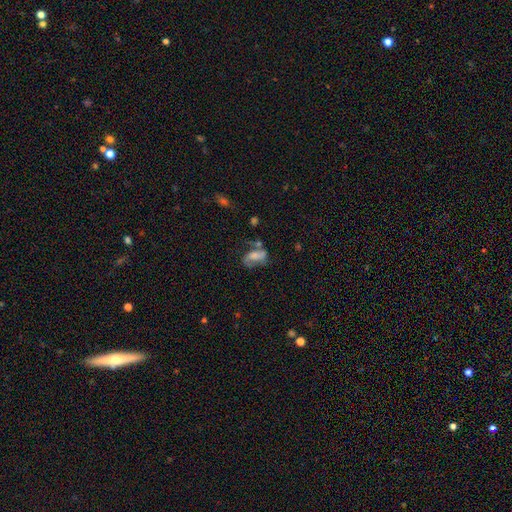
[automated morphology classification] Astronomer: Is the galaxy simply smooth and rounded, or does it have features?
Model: featured or disk — 56% (runner-up: smooth, 34%).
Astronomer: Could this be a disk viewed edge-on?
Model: no — 95%.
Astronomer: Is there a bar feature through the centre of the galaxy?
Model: no — 41% (runner-up: weak, 34%).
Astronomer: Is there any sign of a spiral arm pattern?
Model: yes — 82%.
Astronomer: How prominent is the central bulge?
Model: none — 29% (runner-up: moderate, 26%).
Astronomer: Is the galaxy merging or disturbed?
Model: none — 43% (runner-up: minor disturbance, 22%).